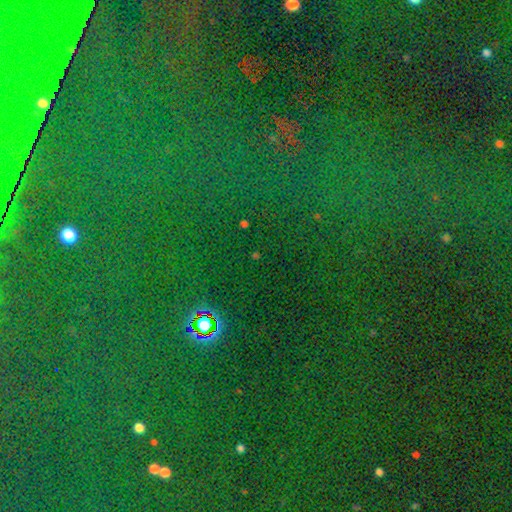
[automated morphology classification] Smooth or featured? Predicted: star or artifact (p=0.82).